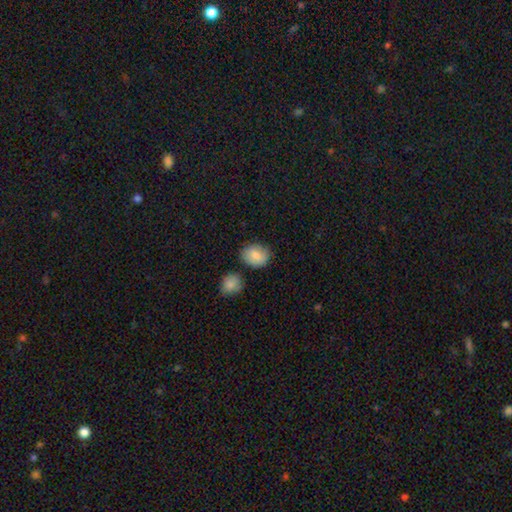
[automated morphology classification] A smooth galaxy with no disk features (84%) that is in between round and cigar-shaped (53%).

Vote fractions:
- Smooth or featured? smooth: 84% / featured or disk: 9% / star or artifact: 7%
- How rounded? in between: 53% / round: 46% / cigar-shaped: 1%
- Merging? none: 77% / minor disturbance: 14% / merger: 7% / major disturbance: 3%